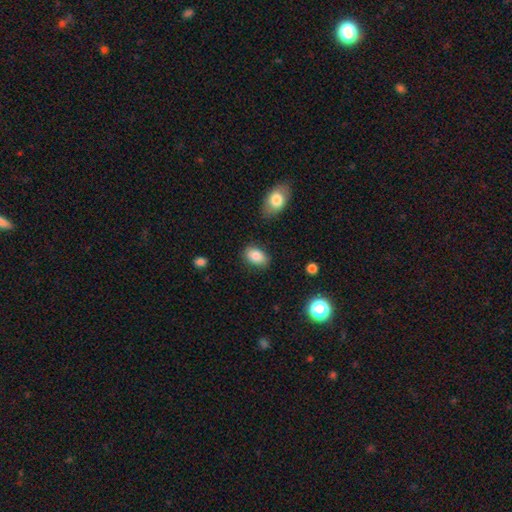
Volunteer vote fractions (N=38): Smooth or featured? 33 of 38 (87%) said smooth. How rounded? 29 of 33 (88%) said in between. Merging? 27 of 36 (75%) said none.